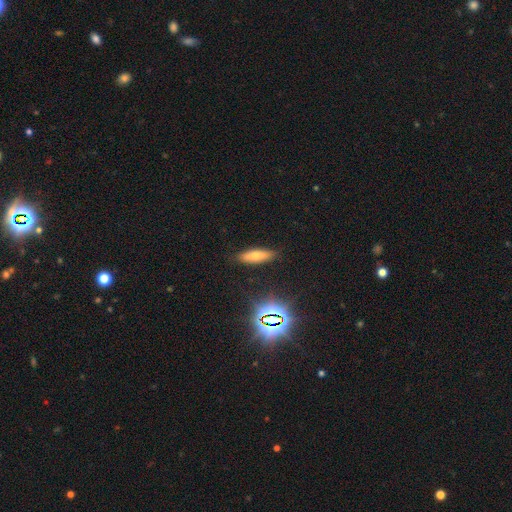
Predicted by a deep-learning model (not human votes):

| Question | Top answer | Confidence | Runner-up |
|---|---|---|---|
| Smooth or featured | smooth | 66% | featured or disk (19%) |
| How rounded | cigar-shaped | 50% | in between (47%) |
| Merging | none | 87% | minor disturbance (9%) |